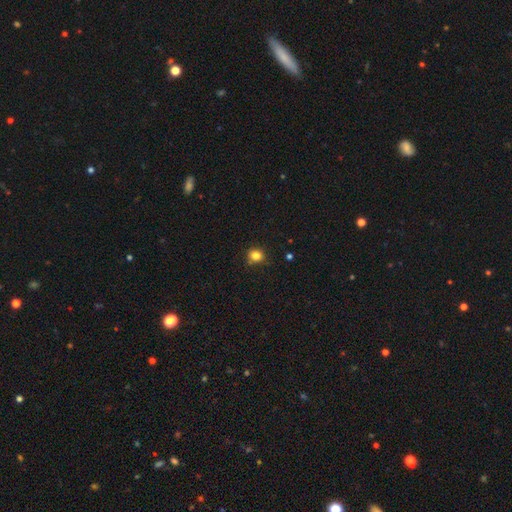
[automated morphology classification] Smooth or featured?
  - smooth: 82% *
  - star or artifact: 13%
  - featured or disk: 5%
How rounded?
  - round: 83% *
  - in between: 16%
  - cigar-shaped: 1%
Merging?
  - none: 82% *
  - minor disturbance: 14%
  - major disturbance: 3%
  - merger: 2%